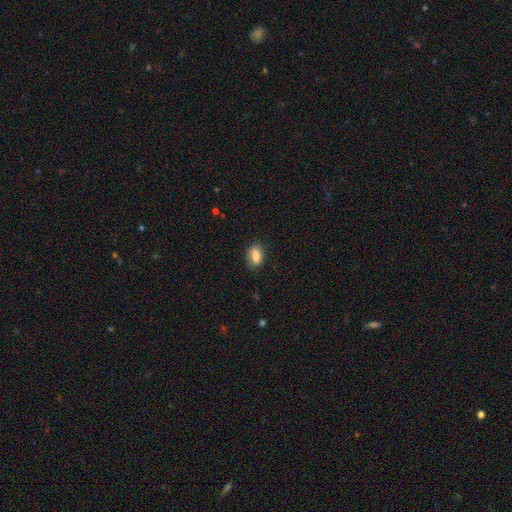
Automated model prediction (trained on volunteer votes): Smooth or featured? Predicted: smooth (p=0.79). How rounded? Predicted: in between (p=0.84). Merging? Predicted: none (p=0.77).